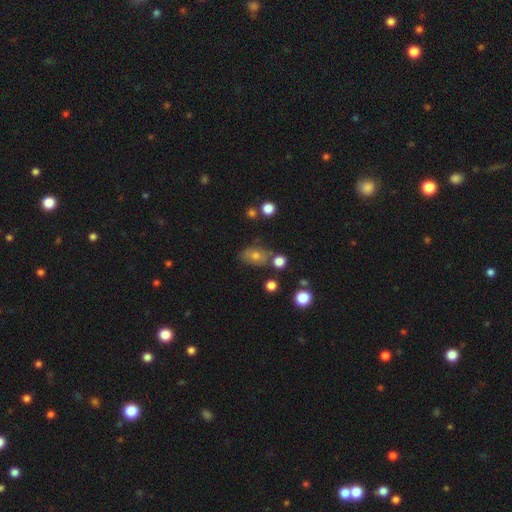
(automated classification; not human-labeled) A smooth galaxy with no disk features (61%) that is in between round and cigar-shaped (71%). Merging: none (65%).